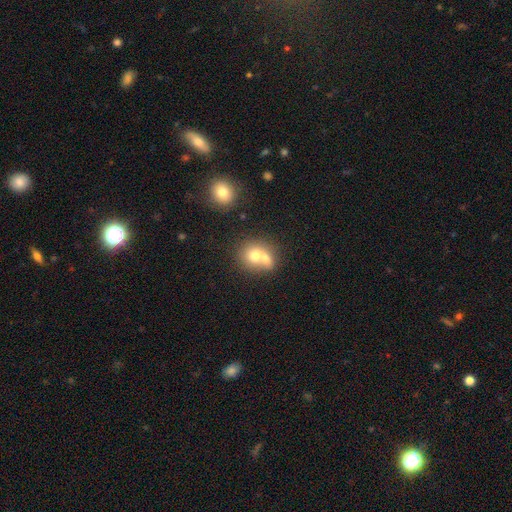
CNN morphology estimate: Smooth or featured?
  - smooth: 69% *
  - featured or disk: 22%
  - star or artifact: 10%
How rounded?
  - round: 72% *
  - in between: 27%
  - cigar-shaped: 1%
Merging?
  - merger: 62% *
  - none: 28%
  - minor disturbance: 7%
  - major disturbance: 3%